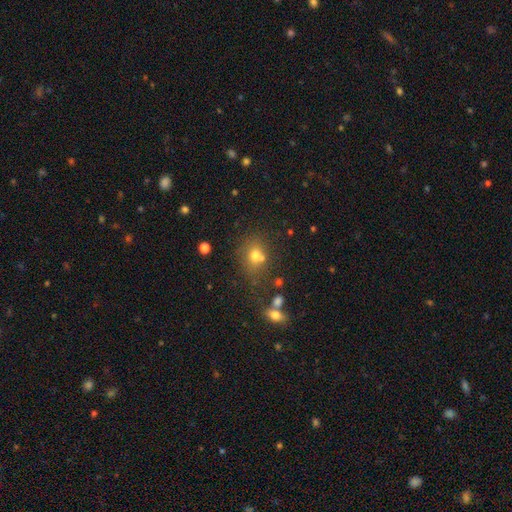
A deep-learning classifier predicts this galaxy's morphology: Smooth or featured? Predicted: smooth (p=0.70). How rounded? Predicted: round (p=0.60). Merging? Predicted: none (p=0.55).